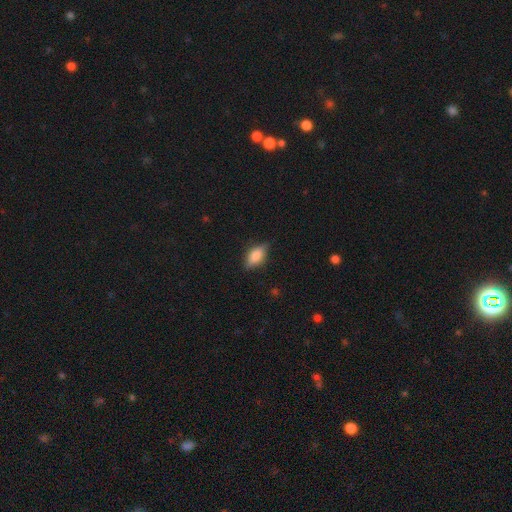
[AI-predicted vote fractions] smooth_or_featured: smooth (p=0.71) [alt: featured or disk p=0.21]
how_rounded: in between (p=0.83) [alt: cigar-shaped p=0.11]
merging: none (p=0.75) [alt: minor disturbance p=0.20]